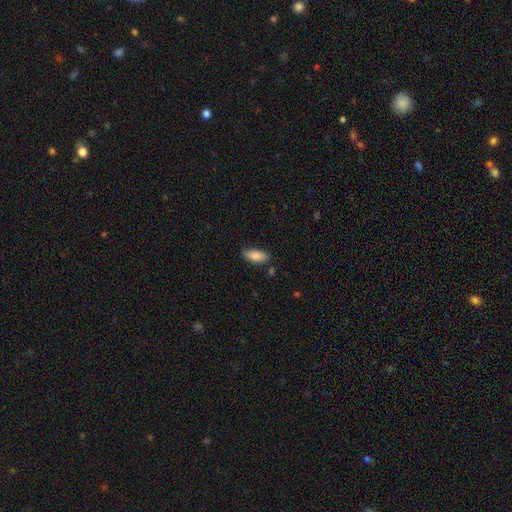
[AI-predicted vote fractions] smooth_or_featured: smooth (p=0.86) [alt: featured or disk p=0.08]
how_rounded: in between (p=0.86) [alt: cigar-shaped p=0.12]
merging: none (p=0.78) [alt: minor disturbance p=0.16]